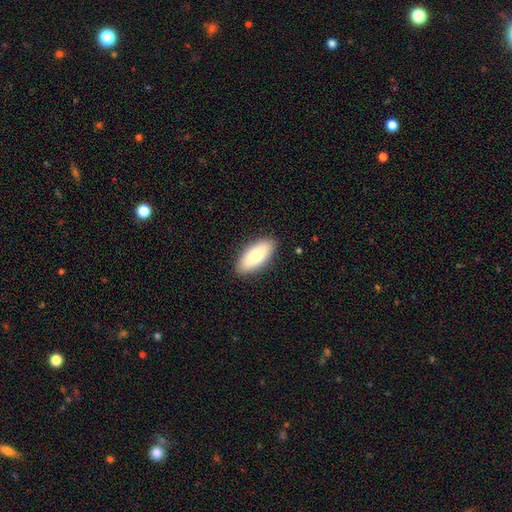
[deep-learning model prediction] smooth 76%, featured or disk 18%, star or artifact 6%. Down the decision tree: how rounded — in between (86%); merging — none (88%).